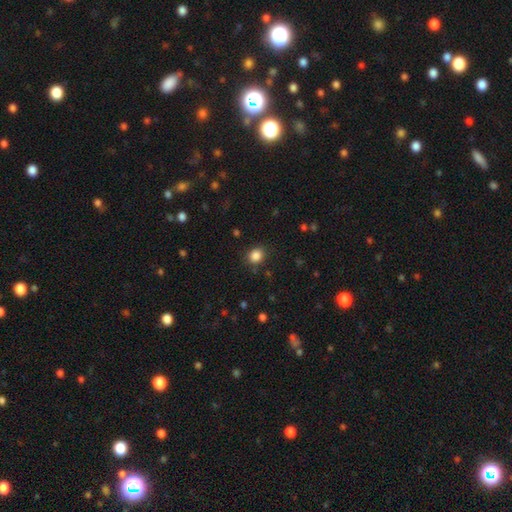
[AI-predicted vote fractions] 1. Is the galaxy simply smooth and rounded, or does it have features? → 85% smooth, 11% star or artifact, 4% featured or disk.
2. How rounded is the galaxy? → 66% round, 34% in between, 1% cigar-shaped.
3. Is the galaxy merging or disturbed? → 85% none, 10% minor disturbance, 3% major disturbance, 2% merger.